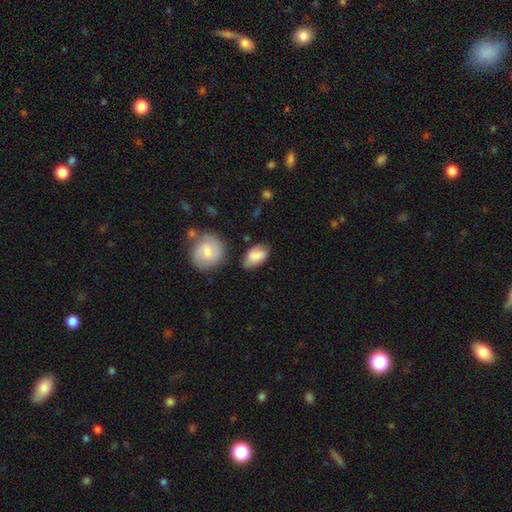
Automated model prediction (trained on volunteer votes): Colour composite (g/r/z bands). It shows a smooth galaxy with no disk features (81%) that is in between round and cigar-shaped (91%). Merging: none (61%).